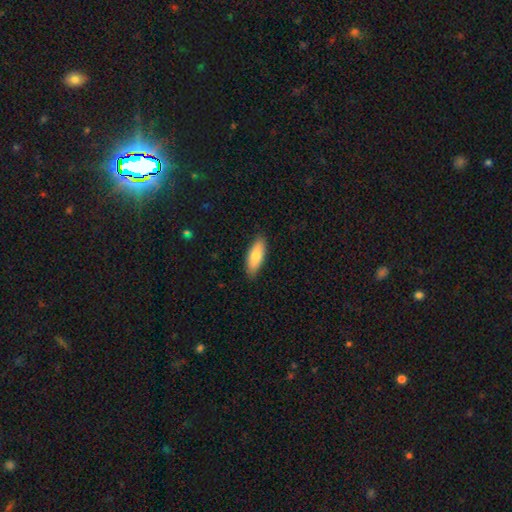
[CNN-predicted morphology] The model was most divided on "how rounded": in between: 66%, cigar-shaped: 32%, round: 2%. More confident: merging — none (87%); smooth or featured — smooth (77%).